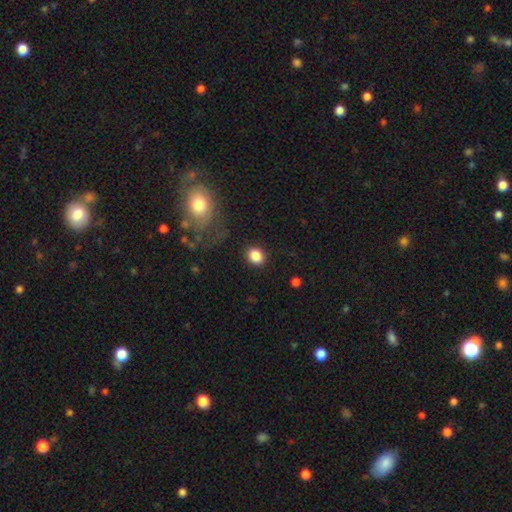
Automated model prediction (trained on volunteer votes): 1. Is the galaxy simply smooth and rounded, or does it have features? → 86% smooth, 9% star or artifact, 5% featured or disk.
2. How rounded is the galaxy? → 62% round, 37% in between, 1% cigar-shaped.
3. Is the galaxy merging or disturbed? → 87% none, 8% minor disturbance, 3% major disturbance, 2% merger.